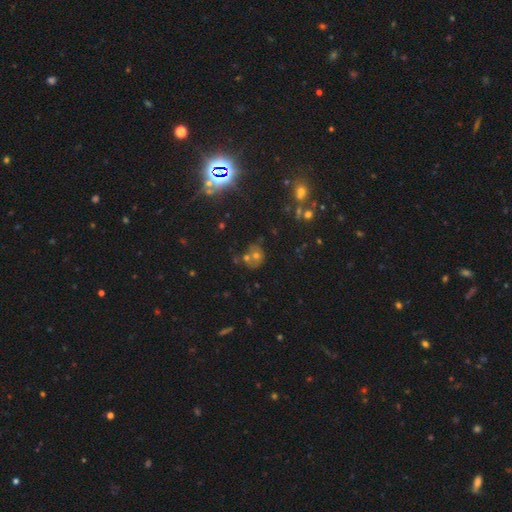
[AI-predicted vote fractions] This appears to be a star or artifact, not a galaxy (41%).